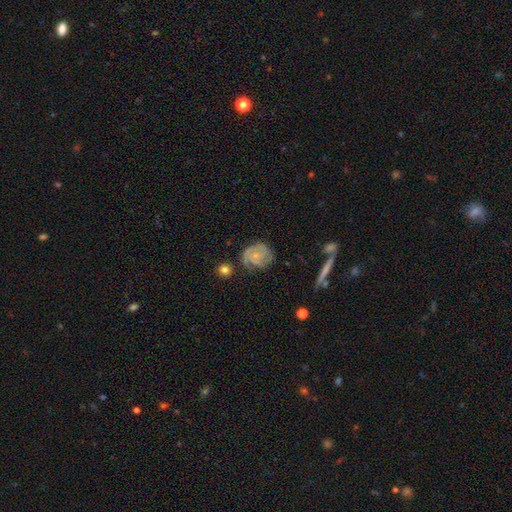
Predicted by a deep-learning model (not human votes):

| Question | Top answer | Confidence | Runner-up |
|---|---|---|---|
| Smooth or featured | featured or disk | 60% | smooth (32%) |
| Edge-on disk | no | 97% | yes (3%) |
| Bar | no | 75% | weak (21%) |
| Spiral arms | yes | 82% | no (18%) |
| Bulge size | small | 72% | moderate (17%) |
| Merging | none | 59% | minor disturbance (25%) |